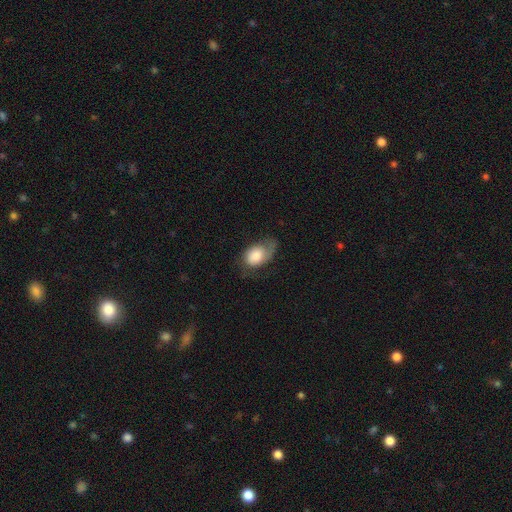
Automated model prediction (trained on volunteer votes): smooth_or_featured: smooth (p=0.72) [alt: featured or disk p=0.21]
how_rounded: in between (p=0.84) [alt: round p=0.14]
merging: none (p=0.39) [alt: minor disturbance p=0.35]